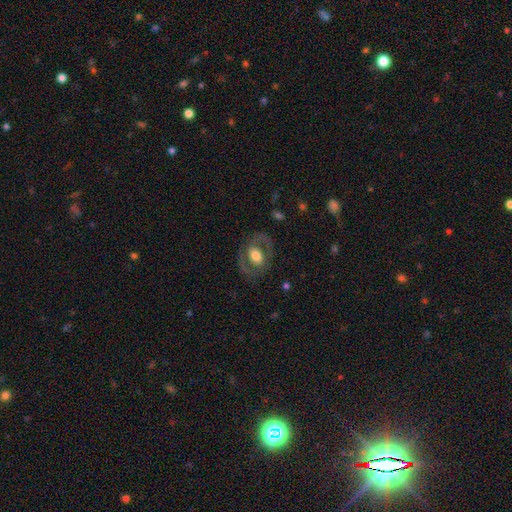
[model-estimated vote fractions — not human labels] smooth_or_featured: featured or disk (p=0.57) [alt: smooth p=0.37]
disk_edge_on: no (p=0.94) [alt: yes p=0.06]
bar: no (p=0.63) [alt: weak p=0.26]
has_spiral_arms: no (p=0.58) [alt: yes p=0.42]
bulge_size: moderate (p=0.47) [alt: large p=0.39]
merging: none (p=0.73) [alt: minor disturbance p=0.14]